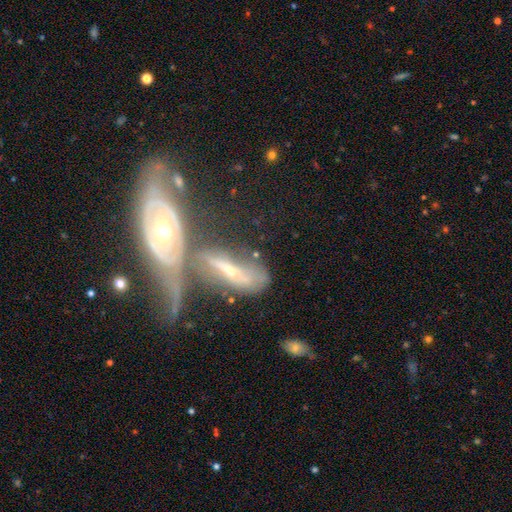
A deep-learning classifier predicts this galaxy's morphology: A featured or disk galaxy (69%).

Vote fractions:
- Smooth or featured? featured or disk: 69% / smooth: 22% / star or artifact: 9%
- Edge-on disk? no: 70% / yes: 30%
- Merging? merger: 40% / none: 29% / minor disturbance: 16% / major disturbance: 15%